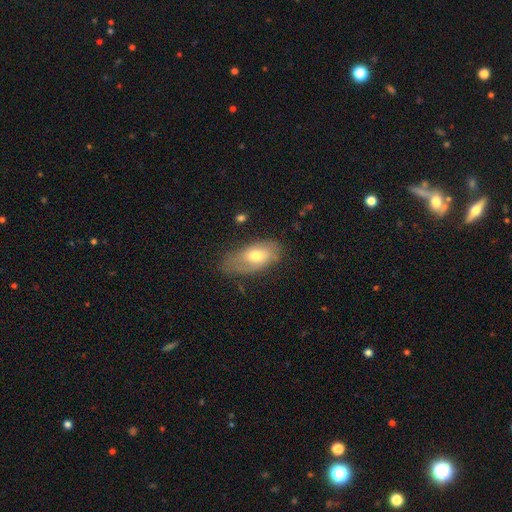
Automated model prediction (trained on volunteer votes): The model was most divided on "merging": none: 55%, minor disturbance: 31%, major disturbance: 12%, merger: 2%. More confident: how rounded — in between (91%); smooth or featured — smooth (59%).